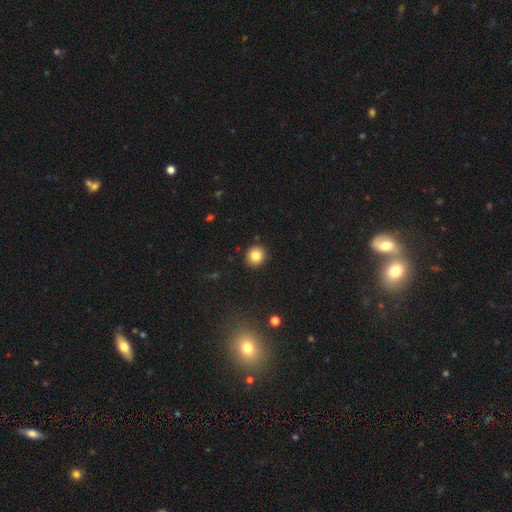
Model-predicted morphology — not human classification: Smooth or featured?
  - smooth: 82% *
  - star or artifact: 10%
  - featured or disk: 8%
How rounded?
  - round: 88% *
  - in between: 11%
  - cigar-shaped: 1%
Merging?
  - none: 91% *
  - minor disturbance: 6%
  - major disturbance: 2%
  - merger: 1%